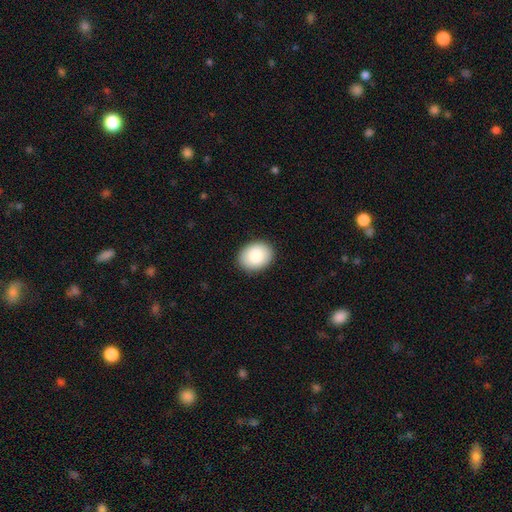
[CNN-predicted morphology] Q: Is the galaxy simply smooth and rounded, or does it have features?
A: smooth — 87%.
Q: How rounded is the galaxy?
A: in between — 67%.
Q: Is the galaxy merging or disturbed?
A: none — 90%.